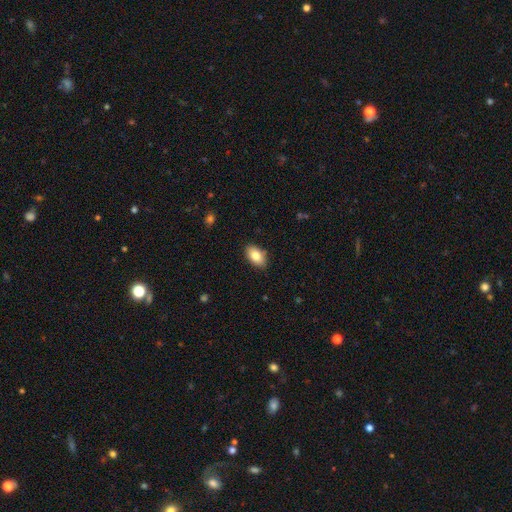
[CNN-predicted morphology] Smooth or featured: smooth — 83% (featured or disk — 10%)
How rounded: in between — 92% (round — 7%)
Merging: none — 85% (minor disturbance — 11%)